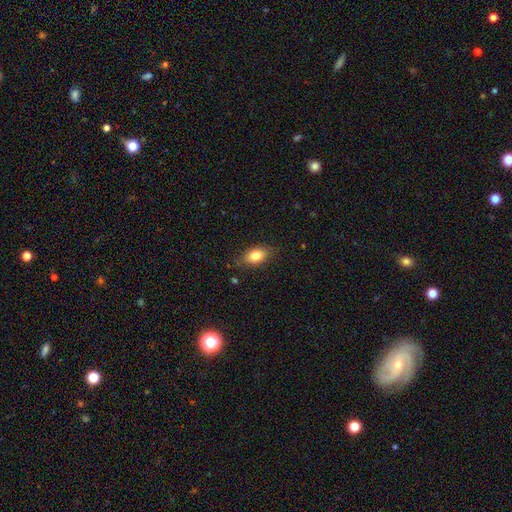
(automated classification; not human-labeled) smooth 81%, featured or disk 11%, star or artifact 8%. Down the decision tree: how rounded — in between (87%); merging — none (81%).